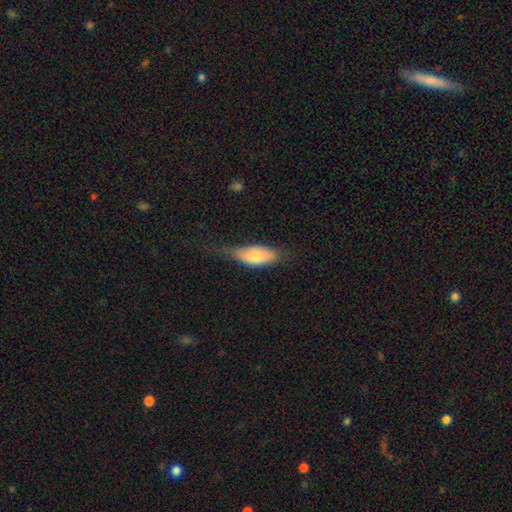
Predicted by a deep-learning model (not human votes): smooth-or-featured: smooth: 74% | featured or disk: 20% | star or artifact: 6%
  how-rounded: in between: 83% | cigar-shaped: 13% | round: 3%
  merging: minor disturbance: 39% | none: 37% | major disturbance: 21% | merger: 2%